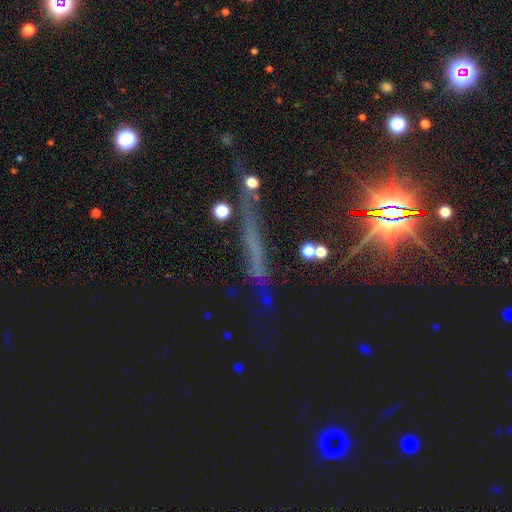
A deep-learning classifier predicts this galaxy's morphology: smooth-or-featured: star or artifact: 49% | featured or disk: 29% | smooth: 22%